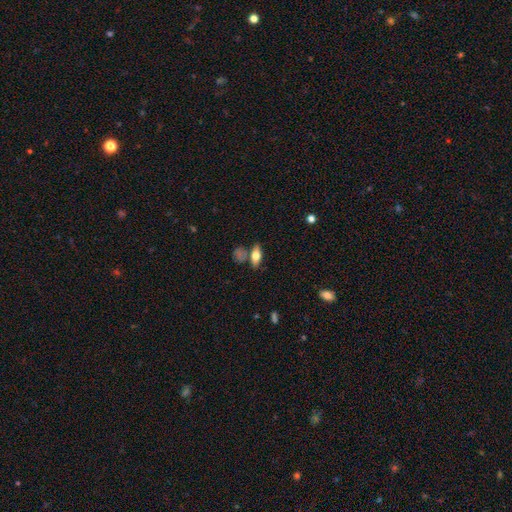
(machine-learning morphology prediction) smooth 61%, featured or disk 31%, star or artifact 9%. Down the decision tree: how rounded — in between (73%); merging — none (67%).